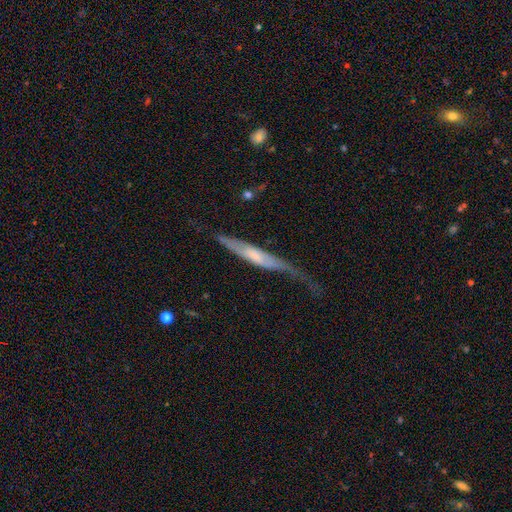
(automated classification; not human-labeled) A featured or disk galaxy (67%) viewed edge-on (77%) with a rounded central bulge (45%). Merging: none (43%).